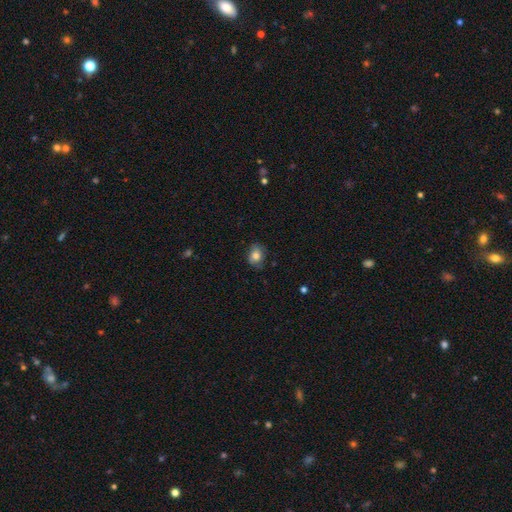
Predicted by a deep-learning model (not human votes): Smooth or featured?
  - smooth: 78% *
  - featured or disk: 13%
  - star or artifact: 10%
How rounded?
  - in between: 57% *
  - round: 42%
  - cigar-shaped: 1%
Merging?
  - none: 77% *
  - minor disturbance: 18%
  - major disturbance: 4%
  - merger: 1%